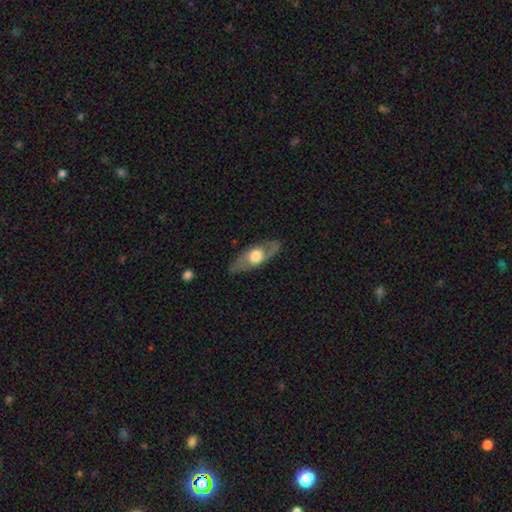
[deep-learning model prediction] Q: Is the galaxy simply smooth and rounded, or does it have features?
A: featured or disk — 61%.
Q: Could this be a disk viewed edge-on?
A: no — 60%.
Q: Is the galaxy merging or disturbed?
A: none — 81%.